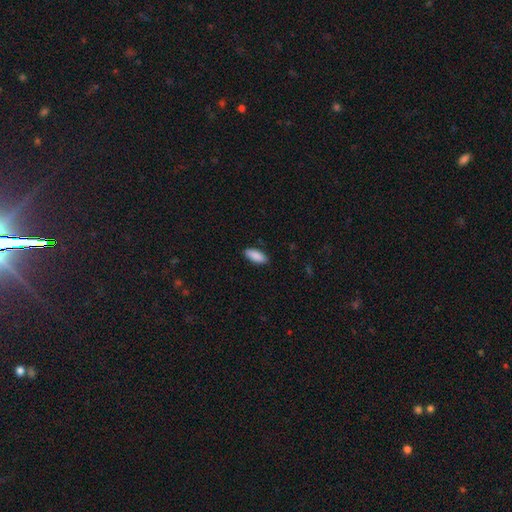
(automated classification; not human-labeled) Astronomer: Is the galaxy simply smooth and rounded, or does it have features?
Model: smooth — 89%.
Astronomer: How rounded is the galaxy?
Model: in between — 80%.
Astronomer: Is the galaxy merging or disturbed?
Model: none — 87%.